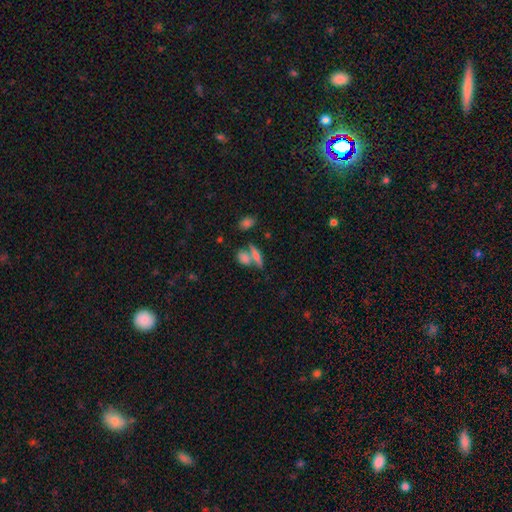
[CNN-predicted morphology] Overall: smooth (61%; featured or disk 28%). How rounded: cigar-shaped (49%; in between 40%). Merging: none (48%; merger 38%).